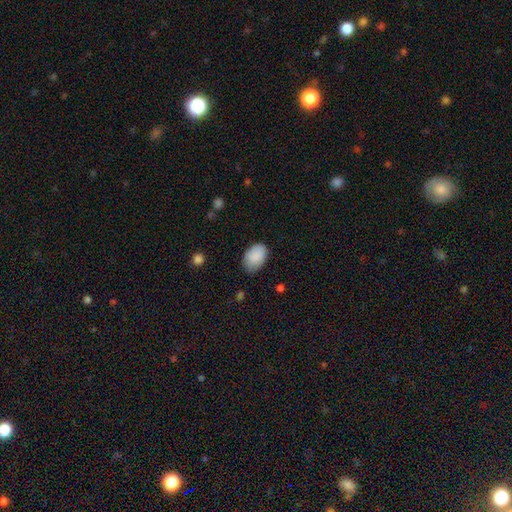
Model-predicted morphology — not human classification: This appears to be a smooth galaxy with no disk features (89%) that is in between round and cigar-shaped (88%). Merging: none (70%).